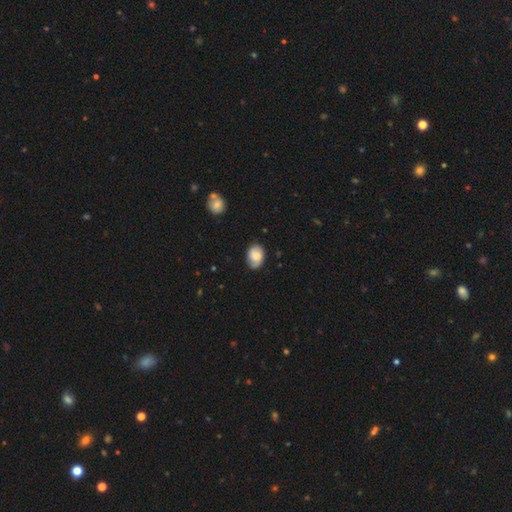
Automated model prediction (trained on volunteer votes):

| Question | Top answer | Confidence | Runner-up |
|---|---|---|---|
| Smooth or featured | smooth | 68% | featured or disk (25%) |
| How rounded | in between | 74% | round (25%) |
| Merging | none | 67% | minor disturbance (26%) |